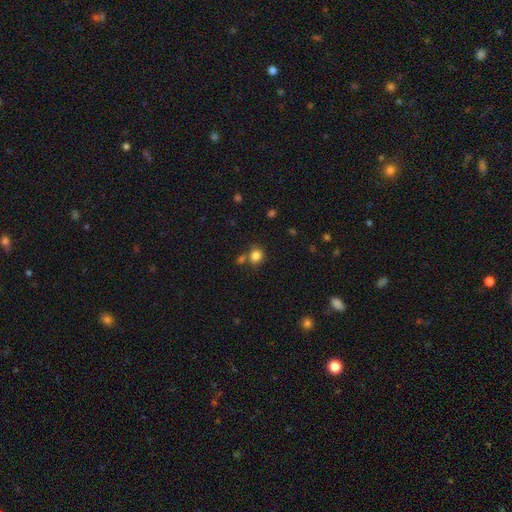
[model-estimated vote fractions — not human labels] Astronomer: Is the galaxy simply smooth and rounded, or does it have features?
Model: smooth — 83%.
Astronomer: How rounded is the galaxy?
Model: round — 80%.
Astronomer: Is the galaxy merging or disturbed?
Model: none — 67%.